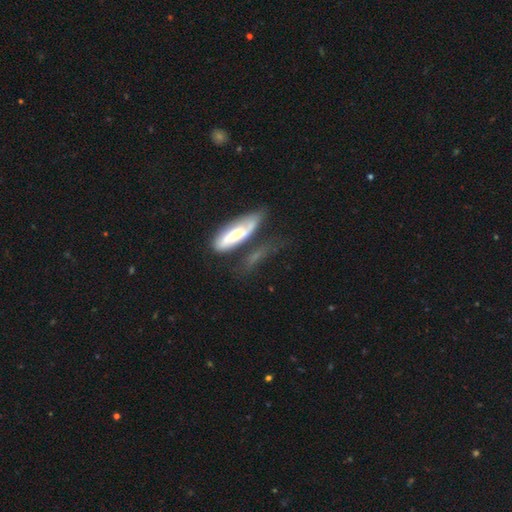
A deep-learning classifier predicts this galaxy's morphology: smooth_or_featured: smooth (p=0.48) [alt: featured or disk p=0.43]
merging: none (p=0.36) [alt: minor disturbance p=0.23]